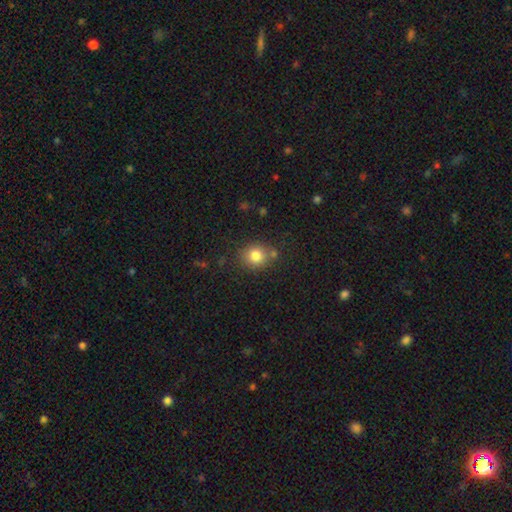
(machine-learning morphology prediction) A smooth galaxy with no disk features (80%) that is round (77%).

Vote fractions:
- Smooth or featured? smooth: 80% / star or artifact: 11% / featured or disk: 8%
- How rounded? round: 77% / in between: 22% / cigar-shaped: 1%
- Merging? none: 76% / minor disturbance: 13% / merger: 8% / major disturbance: 4%